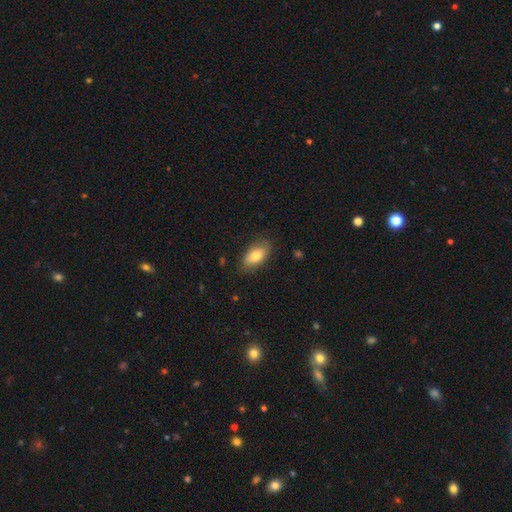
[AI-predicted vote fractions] This is likely a smooth galaxy (77%). How rounded: clearly in between (92%). Merging: clearly none (83%).